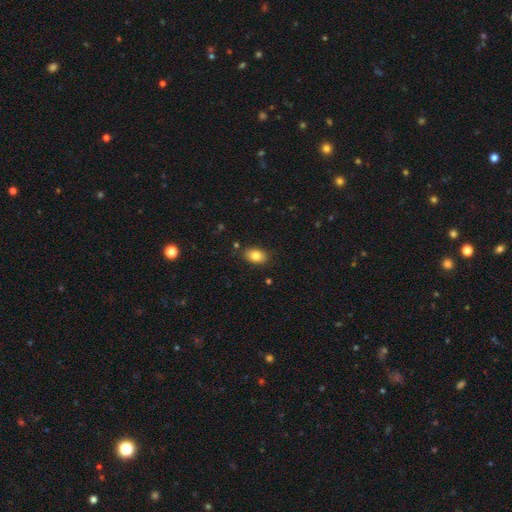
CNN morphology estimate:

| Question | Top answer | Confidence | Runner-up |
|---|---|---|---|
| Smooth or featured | smooth | 82% | featured or disk (9%) |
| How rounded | in between | 86% | round (13%) |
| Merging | none | 85% | minor disturbance (11%) |